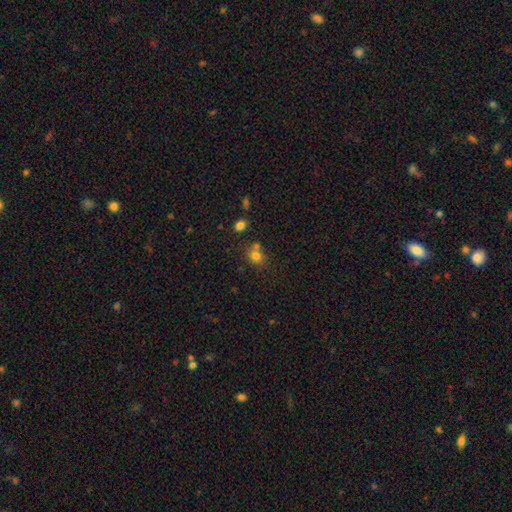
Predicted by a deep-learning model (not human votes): Morphology: type=smooth (77%); roundness=round (73%); merging=none (55%).